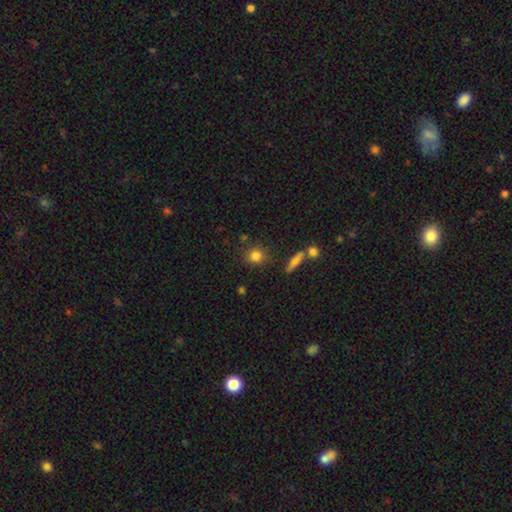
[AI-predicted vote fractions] Overall: smooth (82%). How rounded: round (80%). Merging: none (82%).